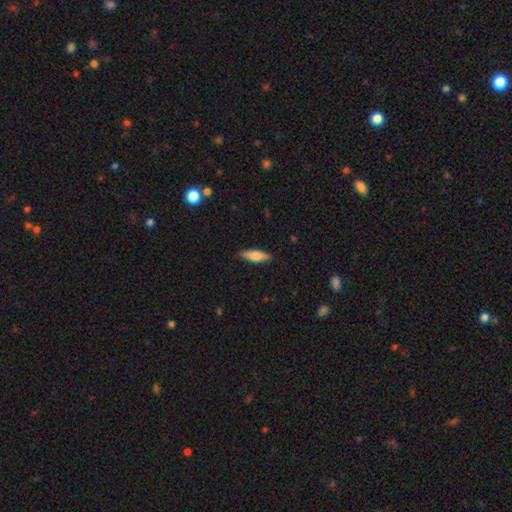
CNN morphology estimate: This appears to be a smooth galaxy with no disk features (72%) that is cigar-shaped (50%). Merging: none (86%).